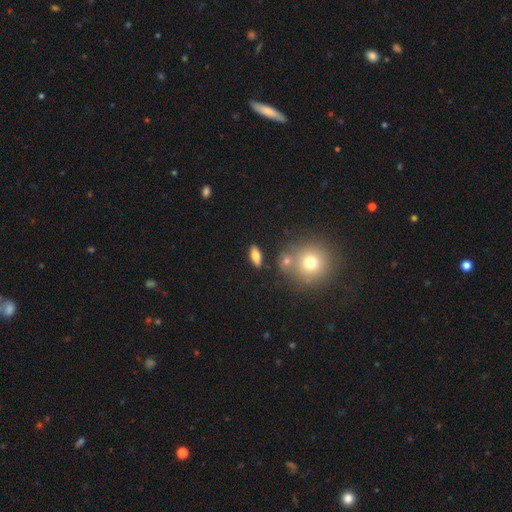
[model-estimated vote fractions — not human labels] Smooth or featured? smooth (66%)
How rounded? in between (74%)
Merging? none (83%)